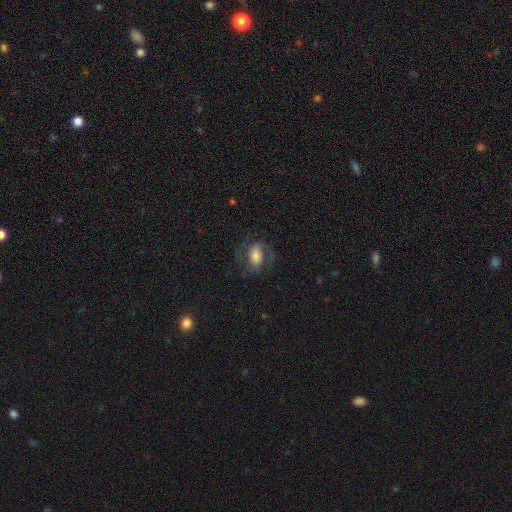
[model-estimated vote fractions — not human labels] A featured or disk galaxy (62%) with no bar (46%), 2 (86%) medium (54%) spiral arms (88%) and a moderate central bulge (39%). Merging: none (66%).